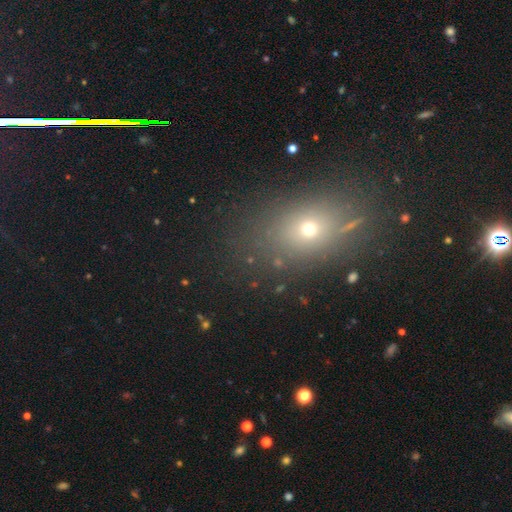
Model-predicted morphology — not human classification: type=smooth (47%); merging=none (83%).